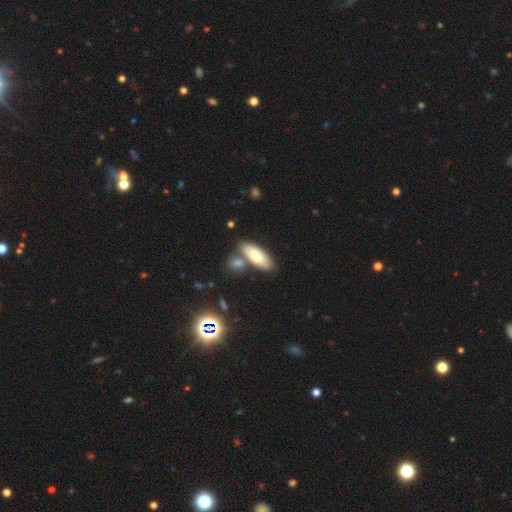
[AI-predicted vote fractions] The model was most divided on "merging": none: 63%, merger: 22%, minor disturbance: 12%, major disturbance: 3%. More confident: smooth or featured — smooth (82%); how rounded — in between (73%).